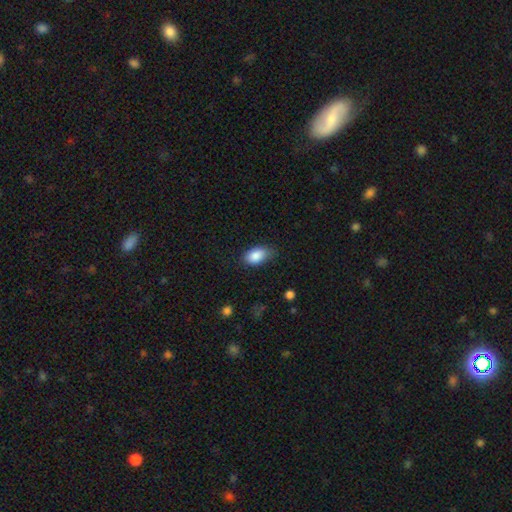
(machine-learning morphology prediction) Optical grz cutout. It shows a smooth galaxy with no disk features (88%) that is in between round and cigar-shaped (91%). Merging: none (73%).